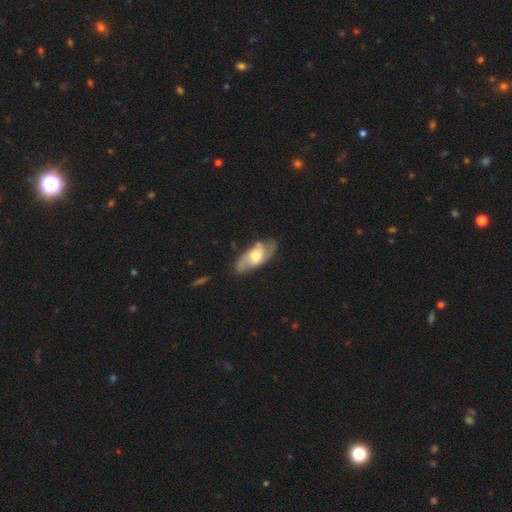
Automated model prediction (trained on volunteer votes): Q: Smooth or featured?
A: featured or disk (69%); runner-up: smooth (26%)
Q: Edge-on disk?
A: no (88%); runner-up: yes (12%)
Q: Bar?
A: no (62%); runner-up: weak (31%)
Q: Spiral arms?
A: yes (86%); runner-up: no (14%)
Q: Spiral winding?
A: medium (46%); runner-up: loose (29%)
Q: Spiral arm count?
A: 2 (80%); runner-up: can't tell (12%)
Q: Bulge size?
A: moderate (65%); runner-up: small (18%)
Q: Merging?
A: none (74%); runner-up: minor disturbance (18%)